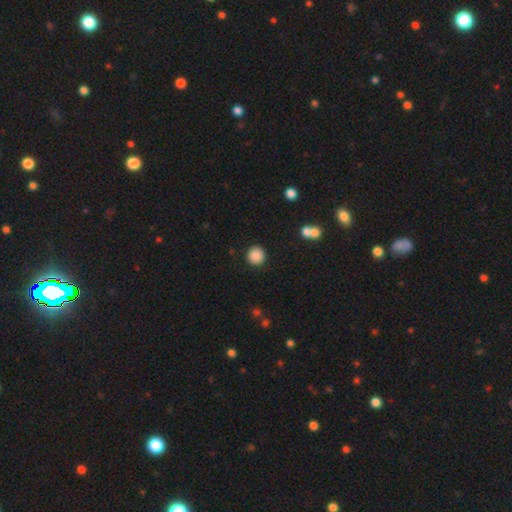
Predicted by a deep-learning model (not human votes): A smooth galaxy with no disk features (87%) that is round (92%).

Vote fractions:
- Smooth or featured? smooth: 87% / star or artifact: 9% / featured or disk: 4%
- How rounded? round: 92% / in between: 7% / cigar-shaped: 1%
- Merging? none: 89% / minor disturbance: 6% / major disturbance: 2% / merger: 2%